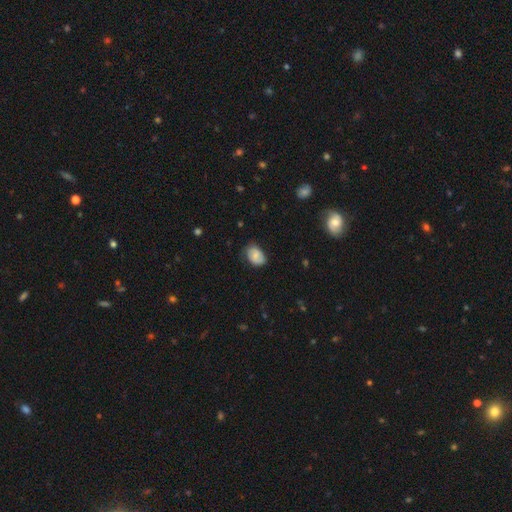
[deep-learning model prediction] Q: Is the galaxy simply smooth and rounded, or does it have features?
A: smooth — 66%.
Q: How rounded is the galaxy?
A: in between — 80%.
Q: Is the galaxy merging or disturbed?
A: none — 65%.